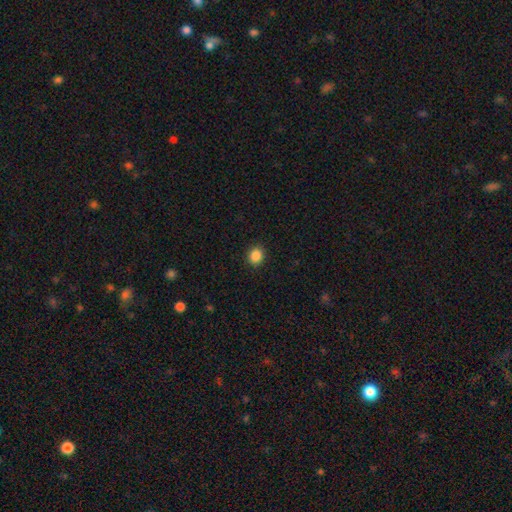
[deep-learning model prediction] A smooth galaxy with no disk features (87%) that is round (74%).

Vote fractions:
- Smooth or featured? smooth: 87% / star or artifact: 10% / featured or disk: 3%
- How rounded? round: 74% / in between: 25% / cigar-shaped: 1%
- Merging? none: 91% / minor disturbance: 6% / major disturbance: 2% / merger: 1%